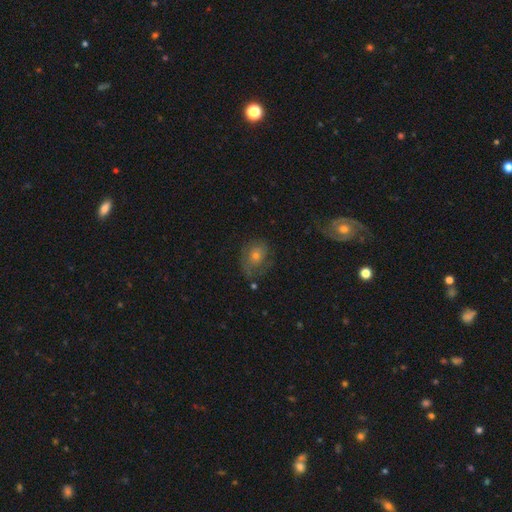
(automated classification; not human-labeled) Q: Smooth or featured?
A: smooth (47%); runner-up: featured or disk (42%)
Q: Merging?
A: none (57%); runner-up: minor disturbance (24%)